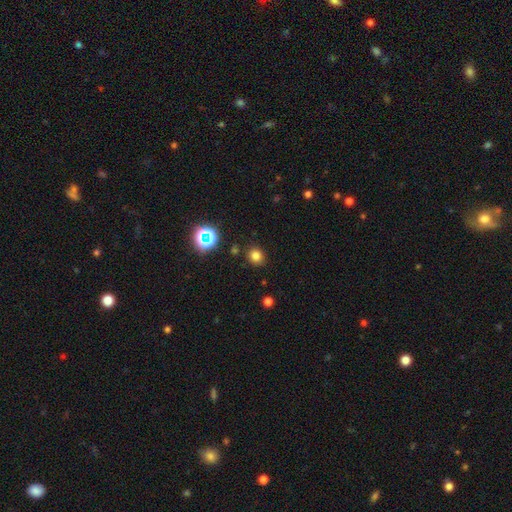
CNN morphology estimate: Q: Smooth or featured?
A: smooth (76%); runner-up: star or artifact (18%)
Q: How rounded?
A: round (81%); runner-up: in between (18%)
Q: Merging?
A: none (87%); runner-up: minor disturbance (8%)